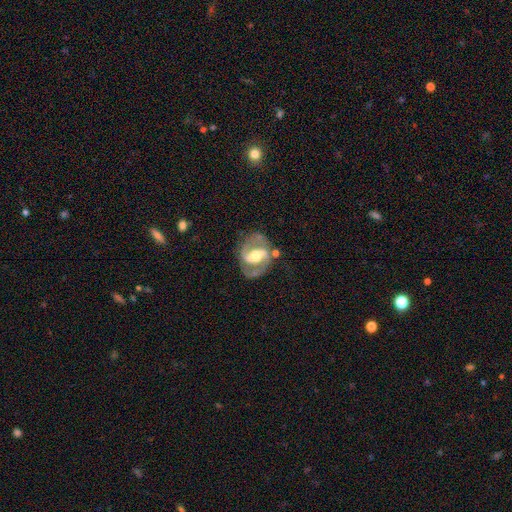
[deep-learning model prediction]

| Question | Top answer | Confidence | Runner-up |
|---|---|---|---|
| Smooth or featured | featured or disk | 87% | smooth (8%) |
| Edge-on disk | no | 97% | yes (3%) |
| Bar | strong | 46% | weak (37%) |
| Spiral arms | yes | 94% | no (6%) |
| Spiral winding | medium | 58% | tight (26%) |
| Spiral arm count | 2 | 91% | can't tell (3%) |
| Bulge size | moderate | 64% | small (18%) |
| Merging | none | 74% | minor disturbance (15%) |